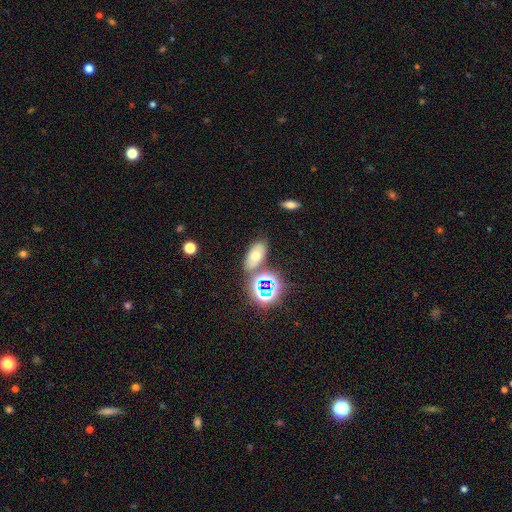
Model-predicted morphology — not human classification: A smooth galaxy with no disk features (54%) that is in between round and cigar-shaped (83%).

Vote fractions:
- Smooth or featured? smooth: 54% / star or artifact: 27% / featured or disk: 19%
- How rounded? in between: 83% / round: 12% / cigar-shaped: 5%
- Merging? none: 71% / minor disturbance: 13% / merger: 12% / major disturbance: 4%